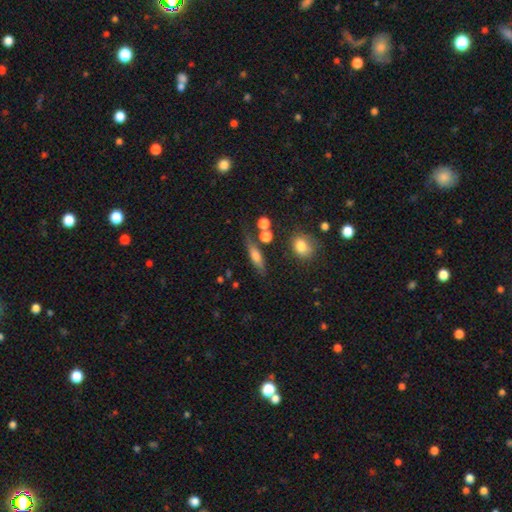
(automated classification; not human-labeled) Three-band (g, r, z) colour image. It shows a smooth galaxy with no disk features (62%) that is cigar-shaped (58%). Merging: none (67%).